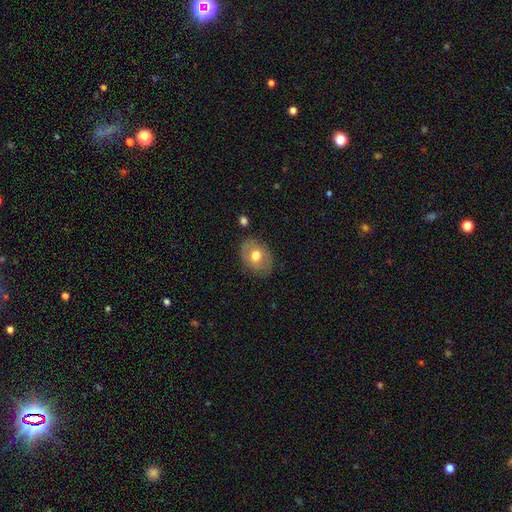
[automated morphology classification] Smooth or featured? Predicted: smooth (p=0.60). How rounded? Predicted: in between (p=0.61). Merging? Predicted: none (p=0.81).